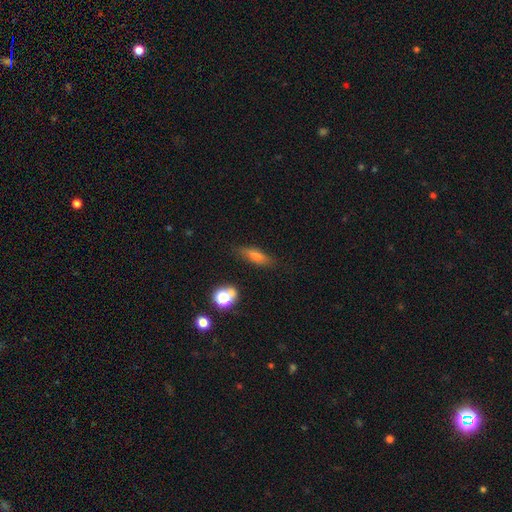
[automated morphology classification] This appears to be a smooth galaxy with no disk features (64%) that is cigar-shaped (50%). Merging: none (80%).